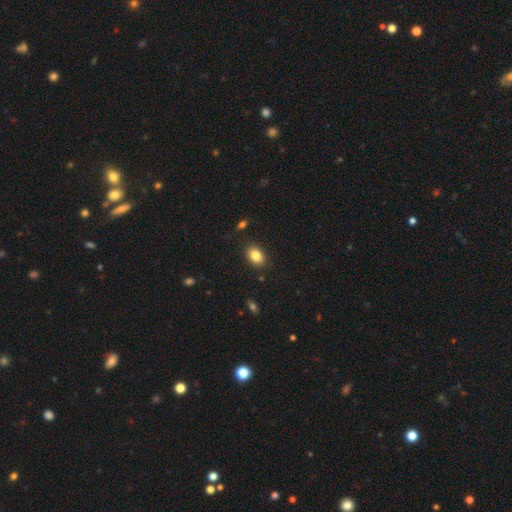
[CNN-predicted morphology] Smooth or featured?
  - smooth: 84% *
  - star or artifact: 9%
  - featured or disk: 8%
How rounded?
  - in between: 79% *
  - round: 20%
  - cigar-shaped: 1%
Merging?
  - none: 86% *
  - minor disturbance: 10%
  - major disturbance: 2%
  - merger: 2%